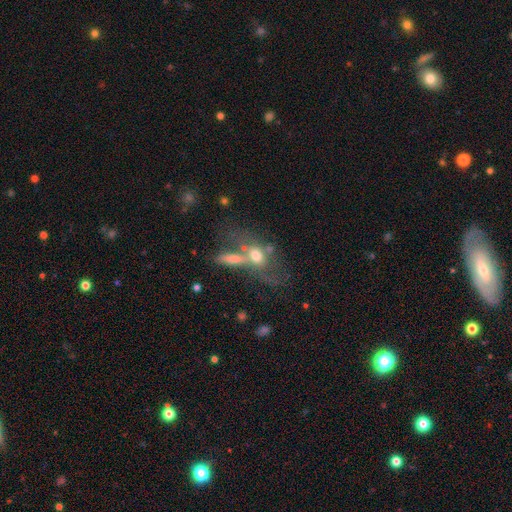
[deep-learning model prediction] A smooth galaxy with no disk features (52%) that is in between round and cigar-shaped (63%).

Vote fractions:
- Smooth or featured? smooth: 52% / featured or disk: 35% / star or artifact: 13%
- How rounded? in between: 63% / round: 24% / cigar-shaped: 13%
- Merging? merger: 44% / none: 26% / major disturbance: 17% / minor disturbance: 12%